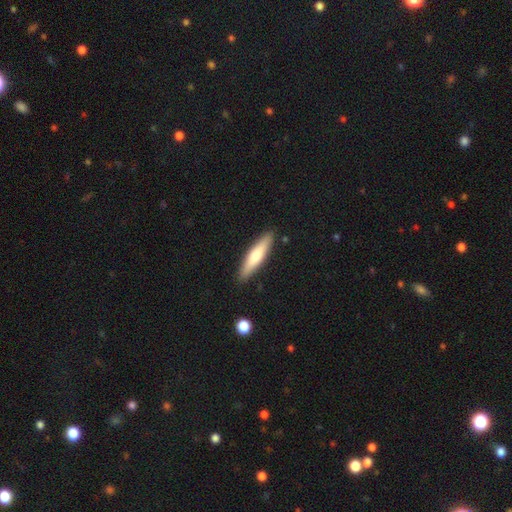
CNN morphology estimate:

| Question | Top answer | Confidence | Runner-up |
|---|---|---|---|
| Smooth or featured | smooth | 61% | featured or disk (34%) |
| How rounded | cigar-shaped | 80% | in between (18%) |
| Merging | none | 89% | minor disturbance (8%) |